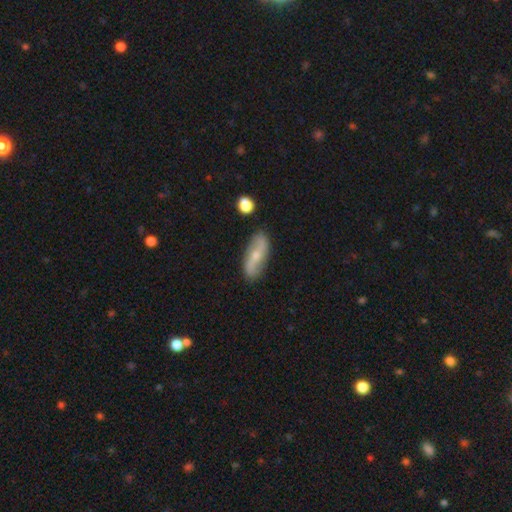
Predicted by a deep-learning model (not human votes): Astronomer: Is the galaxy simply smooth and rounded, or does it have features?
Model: featured or disk — 67%.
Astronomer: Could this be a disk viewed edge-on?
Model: no — 87%.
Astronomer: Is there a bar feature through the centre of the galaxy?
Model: no — 43% (runner-up: weak, 33%).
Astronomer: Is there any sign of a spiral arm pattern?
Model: yes — 86%.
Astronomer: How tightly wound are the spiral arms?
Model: loose — 74%.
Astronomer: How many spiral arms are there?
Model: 2 — 91%.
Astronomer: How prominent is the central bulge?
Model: small — 59% (runner-up: moderate, 36%).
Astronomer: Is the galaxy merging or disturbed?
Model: none — 85%.